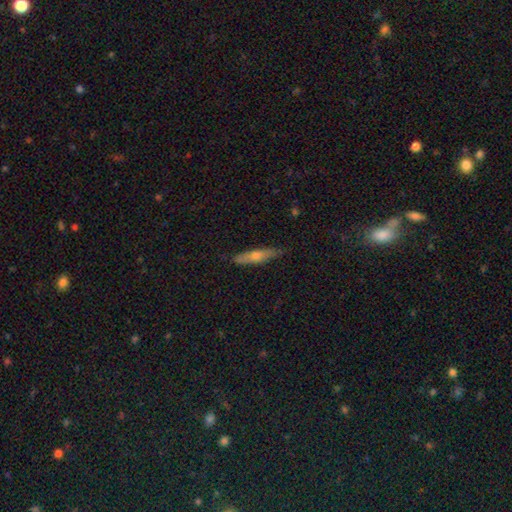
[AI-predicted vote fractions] Q: Smooth or featured?
A: smooth (50%); runner-up: featured or disk (44%)
Q: How rounded?
A: cigar-shaped (86%); runner-up: in between (12%)
Q: Merging?
A: none (84%); runner-up: minor disturbance (13%)